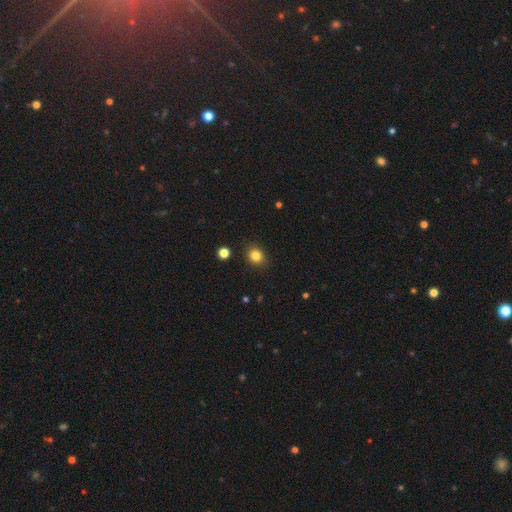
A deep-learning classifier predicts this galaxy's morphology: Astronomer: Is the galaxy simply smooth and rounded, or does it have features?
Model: smooth — 82%.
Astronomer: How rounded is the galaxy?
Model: round — 72%.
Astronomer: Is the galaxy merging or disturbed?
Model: none — 89%.